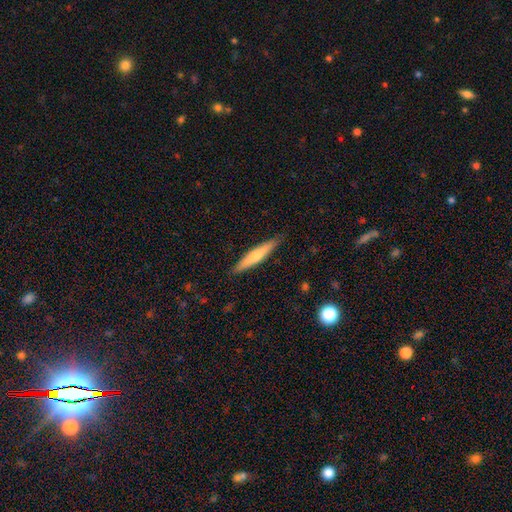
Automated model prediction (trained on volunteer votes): A smooth galaxy with no disk features (58%) that is cigar-shaped (91%).

Vote fractions:
- Smooth or featured? smooth: 58% / featured or disk: 36% / star or artifact: 5%
- How rounded? cigar-shaped: 91% / in between: 7% / round: 1%
- Merging? none: 88% / minor disturbance: 9% / major disturbance: 2% / merger: 1%